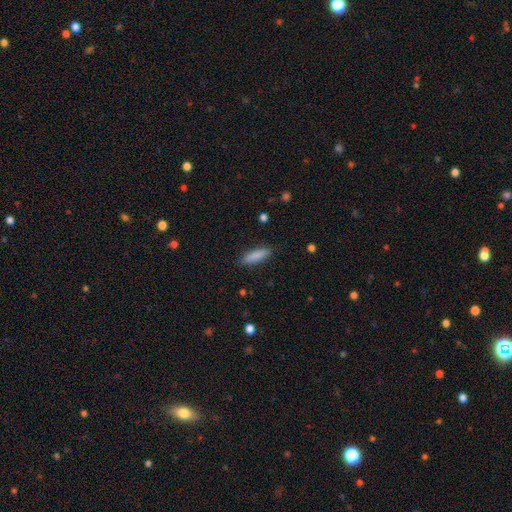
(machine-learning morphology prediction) A smooth galaxy with no disk features (87%) that is cigar-shaped (60%).

Vote fractions:
- Smooth or featured? smooth: 87% / featured or disk: 7% / star or artifact: 6%
- How rounded? cigar-shaped: 60% / in between: 39% / round: 2%
- Merging? none: 87% / minor disturbance: 9% / major disturbance: 2% / merger: 1%